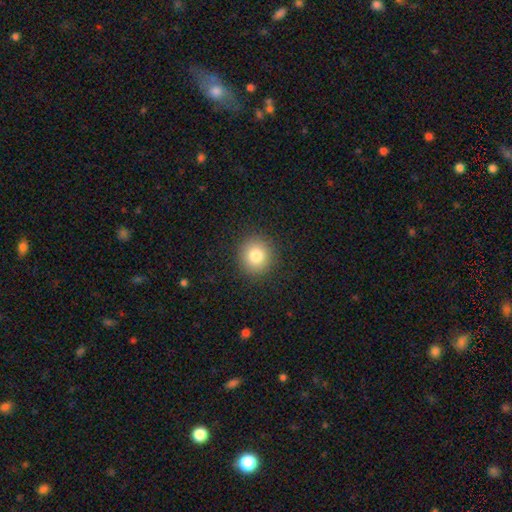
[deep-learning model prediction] This is clearly a smooth galaxy (81%). How rounded: clearly round (90%). Merging: clearly none (91%).